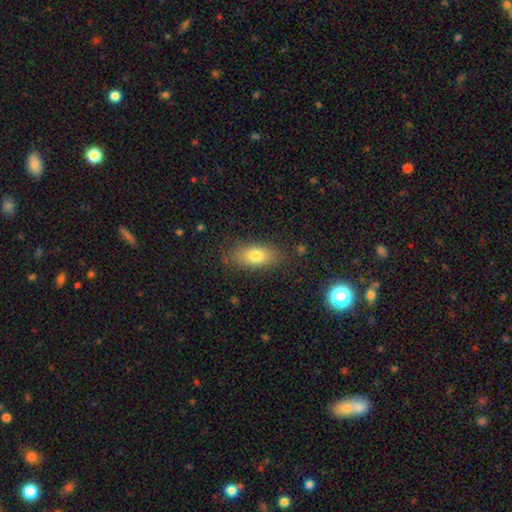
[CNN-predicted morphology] Smooth or featured: smooth — 79% (featured or disk — 12%)
How rounded: in between — 87% (cigar-shaped — 7%)
Merging: none — 82% (minor disturbance — 13%)